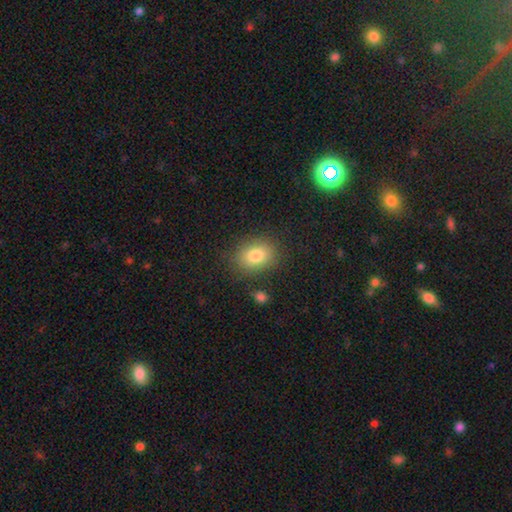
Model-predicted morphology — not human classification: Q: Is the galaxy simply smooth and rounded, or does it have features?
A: smooth — 82%.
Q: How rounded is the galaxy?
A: in between — 65%.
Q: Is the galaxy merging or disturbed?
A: none — 81%.